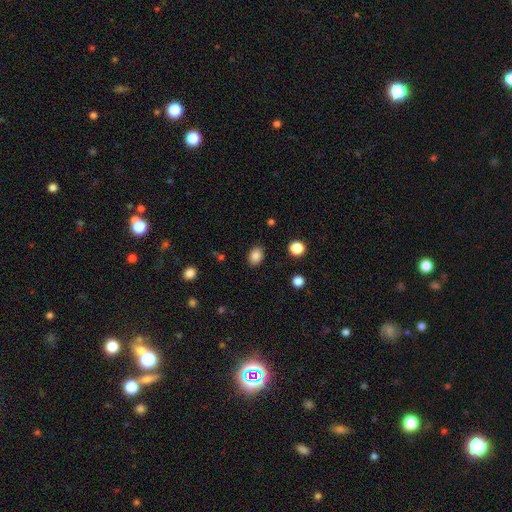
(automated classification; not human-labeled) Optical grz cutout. It shows a smooth galaxy with no disk features (86%) that is in between round and cigar-shaped (67%). Merging: none (87%).